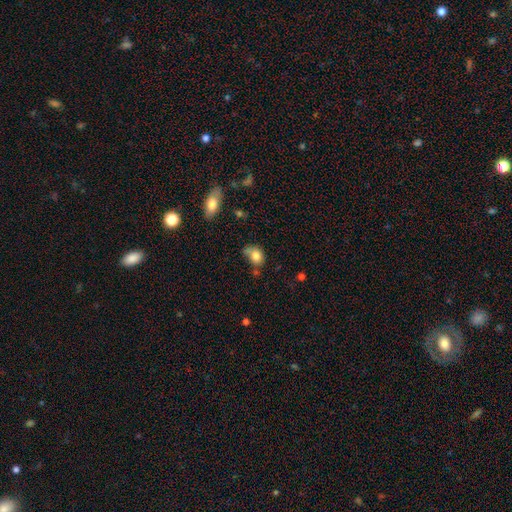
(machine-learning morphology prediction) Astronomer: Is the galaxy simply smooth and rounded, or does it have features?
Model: smooth — 81%.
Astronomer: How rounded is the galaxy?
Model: in between — 55% (runner-up: round, 43%).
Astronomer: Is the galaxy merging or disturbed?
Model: none — 40% (runner-up: minor disturbance, 31%).